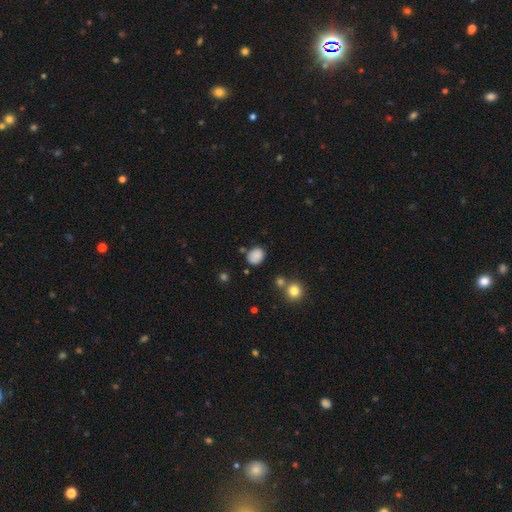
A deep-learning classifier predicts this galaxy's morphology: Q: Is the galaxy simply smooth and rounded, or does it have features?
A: smooth — 85%.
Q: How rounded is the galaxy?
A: in between — 53%.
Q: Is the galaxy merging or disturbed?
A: none — 73%.